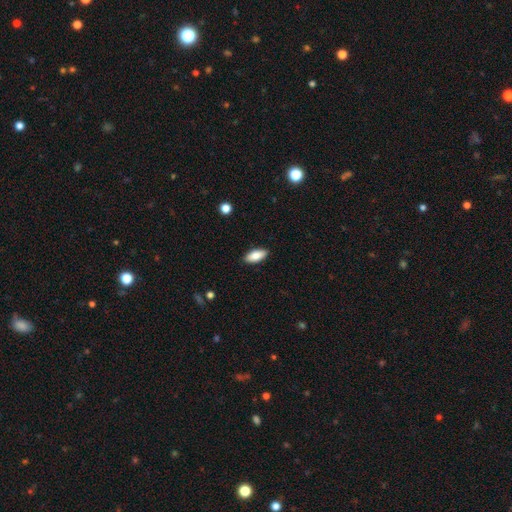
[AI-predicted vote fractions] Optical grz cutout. It shows a smooth galaxy with no disk features (84%) that is in between round and cigar-shaped (86%). Merging: none (89%).